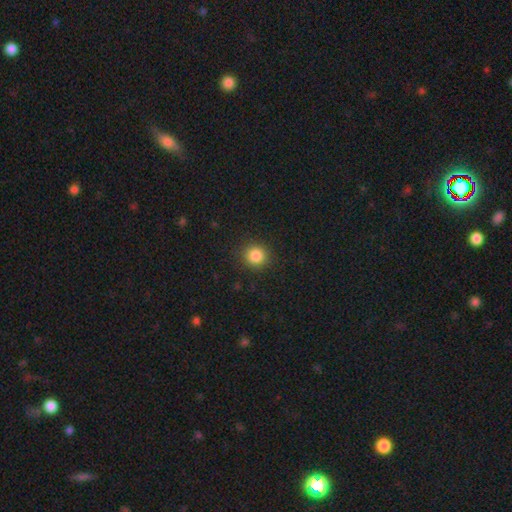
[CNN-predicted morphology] Overall: smooth (85%). How rounded: round (91%). Merging: none (90%).